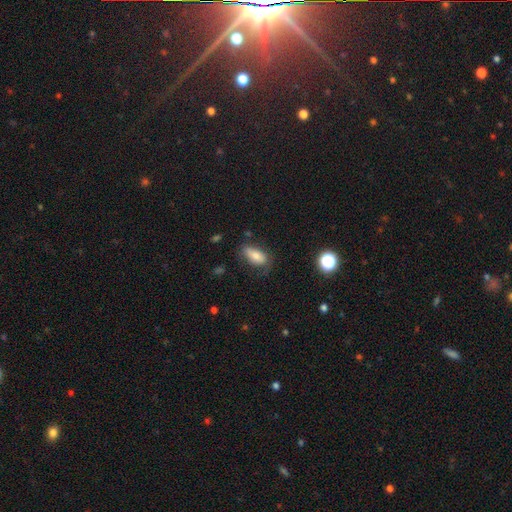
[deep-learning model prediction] The model was most divided on "merging": none: 60%, minor disturbance: 26%, major disturbance: 12%, merger: 2%. More confident: how rounded — in between (84%); smooth or featured — smooth (72%).